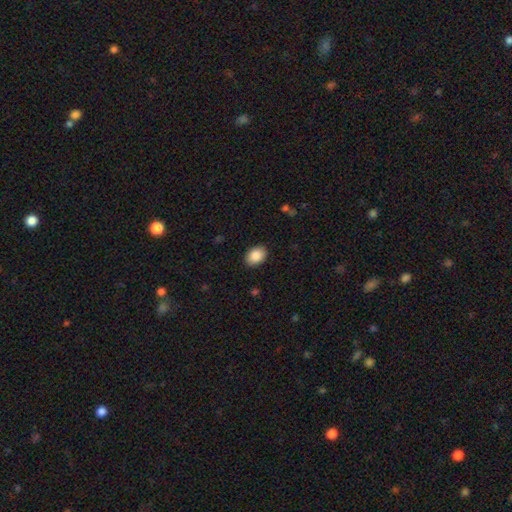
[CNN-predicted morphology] Smooth or featured: smooth — 89% (star or artifact — 7%)
How rounded: in between — 82% (round — 17%)
Merging: none — 88% (minor disturbance — 9%)